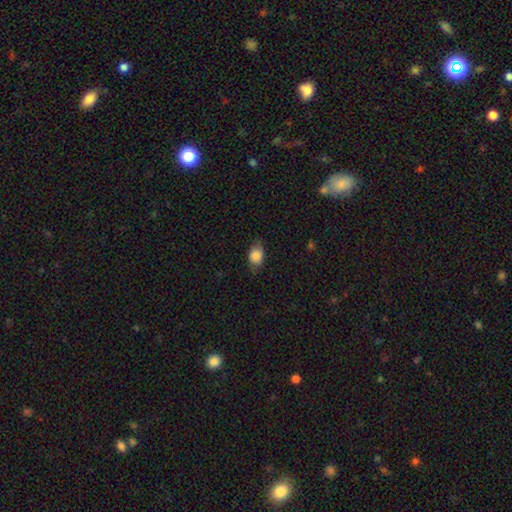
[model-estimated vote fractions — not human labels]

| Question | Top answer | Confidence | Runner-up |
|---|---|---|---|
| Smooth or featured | smooth | 82% | featured or disk (10%) |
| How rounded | in between | 79% | round (19%) |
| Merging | none | 72% | minor disturbance (21%) |